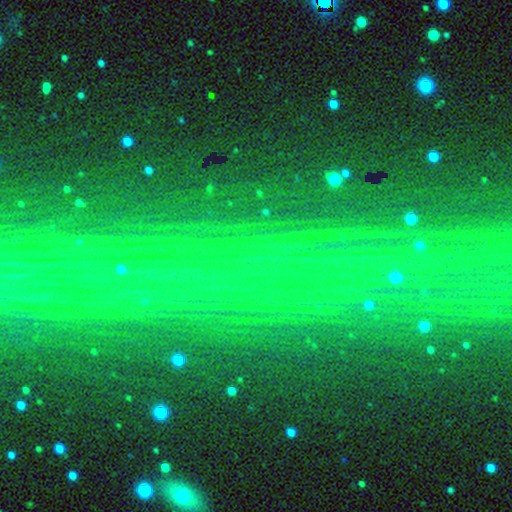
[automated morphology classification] smooth_or_featured: star or artifact (p=0.81) [alt: featured or disk p=0.10]